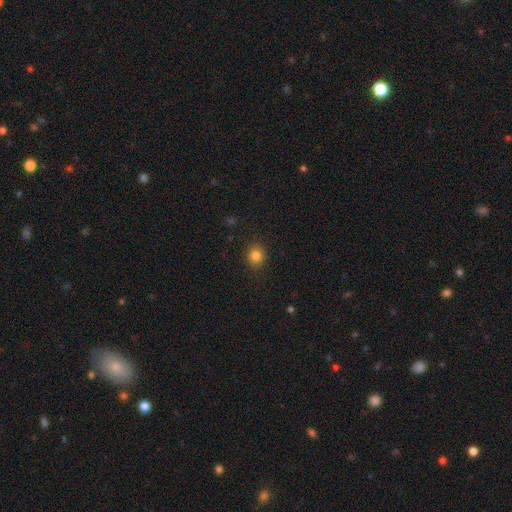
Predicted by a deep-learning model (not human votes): Smooth or featured?
  - smooth: 83% *
  - star or artifact: 12%
  - featured or disk: 5%
How rounded?
  - round: 80% *
  - in between: 19%
  - cigar-shaped: 1%
Merging?
  - none: 90% *
  - minor disturbance: 7%
  - major disturbance: 2%
  - merger: 1%